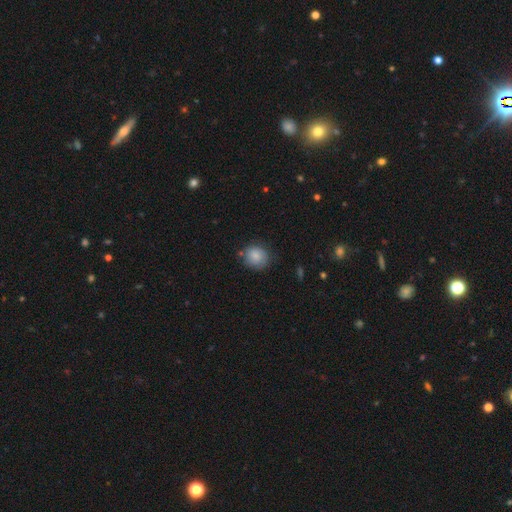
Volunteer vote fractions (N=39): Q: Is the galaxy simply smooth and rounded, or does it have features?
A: smooth — 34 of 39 (87%).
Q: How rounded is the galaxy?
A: round — 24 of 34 (71%).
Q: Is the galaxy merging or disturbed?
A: none — 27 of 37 (73%).